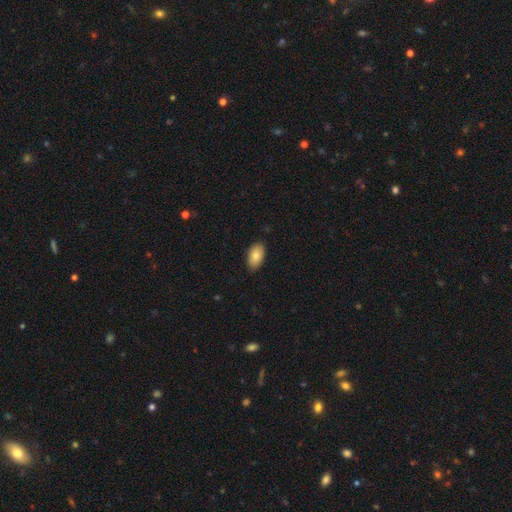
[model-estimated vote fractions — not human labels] Q: Smooth or featured?
A: smooth (82%); runner-up: featured or disk (11%)
Q: How rounded?
A: in between (94%); runner-up: round (5%)
Q: Merging?
A: none (86%); runner-up: minor disturbance (11%)